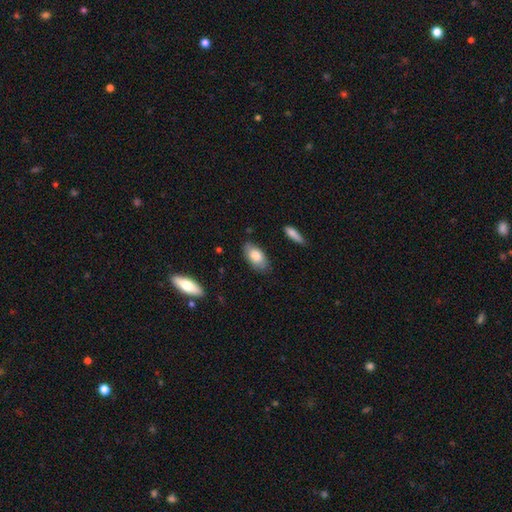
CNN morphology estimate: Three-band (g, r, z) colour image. It shows a smooth galaxy with no disk features (79%) that is in between round and cigar-shaped (93%). Merging: none (78%).